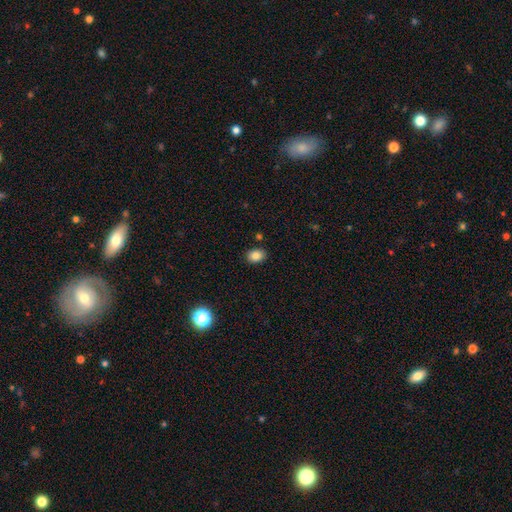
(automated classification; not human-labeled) The model was most divided on "how rounded": in between: 67%, round: 32%, cigar-shaped: 1%. More confident: merging — none (86%); smooth or featured — smooth (84%).